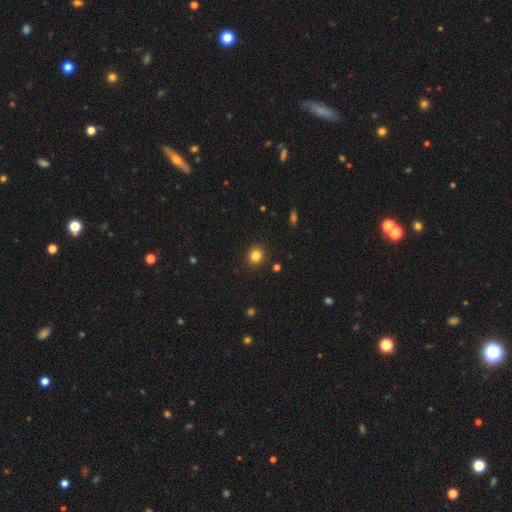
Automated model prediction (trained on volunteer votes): A smooth galaxy with no disk features (83%) that is round (79%). Merging: none (90%).